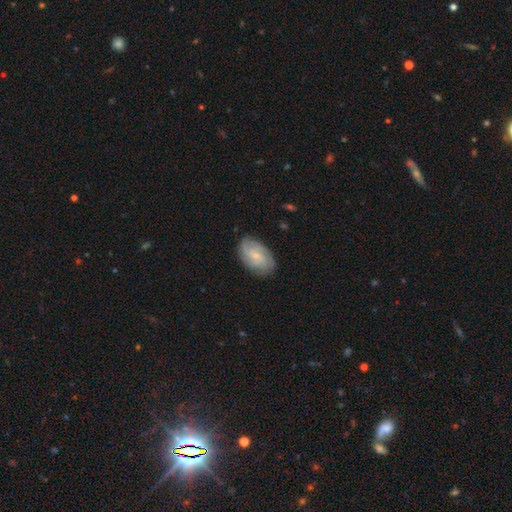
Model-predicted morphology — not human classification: A featured or disk galaxy (68%) with no bar (60%), tight (55%) spiral arms (93%) and a small central bulge (72%).

Vote fractions:
- Smooth or featured? featured or disk: 68% / smooth: 25% / star or artifact: 7%
- Edge-on disk? no: 96% / yes: 4%
- Bar? no: 60% / weak: 35% / strong: 5%
- Spiral arms? yes: 93% / no: 7%
- Spiral winding? tight: 55% / medium: 34% / loose: 11%
- Spiral arm count? can't tell: 35% / 3: 21% / 4: 17% / 2: 16% / more than 4: 6% / 1: 5%
- Bulge size? small: 72% / moderate: 20% / none: 6% / large: 1% / dominant: 1%
- Merging? none: 80% / minor disturbance: 15% / major disturbance: 4% / merger: 1%